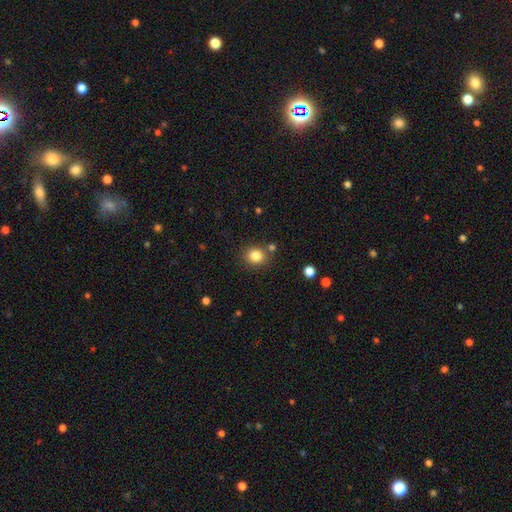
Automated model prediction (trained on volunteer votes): smooth_or_featured: smooth (p=0.83) [alt: star or artifact p=0.11]
how_rounded: round (p=0.79) [alt: in between p=0.20]
merging: none (p=0.81) [alt: minor disturbance p=0.09]